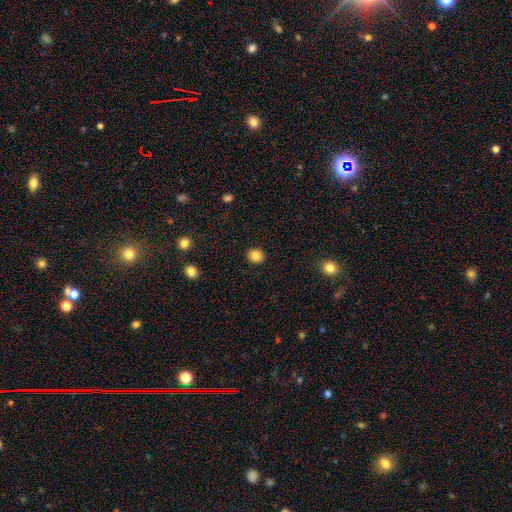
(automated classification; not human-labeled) Smooth or featured?
  - smooth: 84% *
  - star or artifact: 11%
  - featured or disk: 5%
How rounded?
  - round: 75% *
  - in between: 24%
  - cigar-shaped: 1%
Merging?
  - none: 92% *
  - minor disturbance: 6%
  - major disturbance: 2%
  - merger: 1%